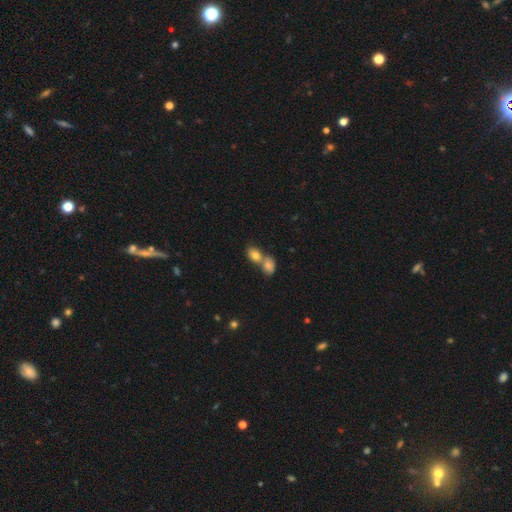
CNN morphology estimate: smooth_or_featured: smooth (p=0.80) [alt: featured or disk p=0.10]
how_rounded: in between (p=0.72) [alt: round p=0.26]
merging: merger (p=0.64) [alt: none p=0.26]